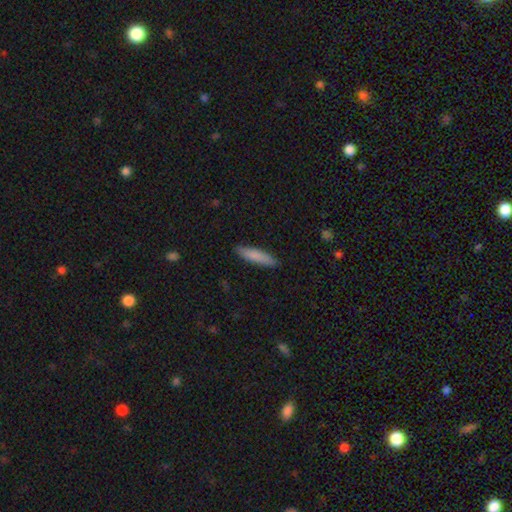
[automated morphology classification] smooth 83%, featured or disk 11%, star or artifact 6%. Down the decision tree: how rounded — cigar-shaped (79%); merging — none (88%).